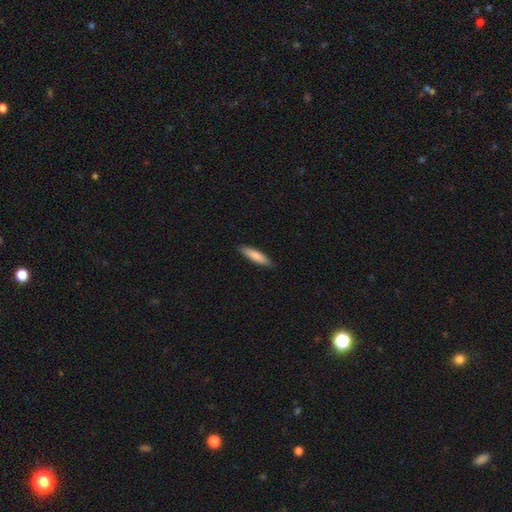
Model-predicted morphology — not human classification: smooth-or-featured: smooth: 83% | featured or disk: 12% | star or artifact: 5%
  how-rounded: cigar-shaped: 72% | in between: 26% | round: 1%
  merging: none: 89% | minor disturbance: 9% | major disturbance: 2% | merger: 1%